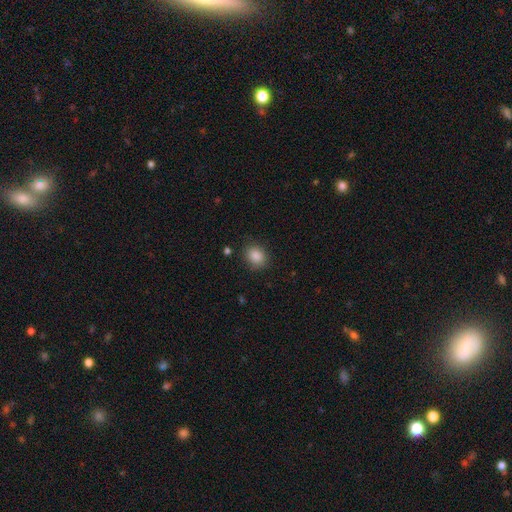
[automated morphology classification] Smooth or featured?
  - smooth: 86% *
  - star or artifact: 9%
  - featured or disk: 4%
How rounded?
  - round: 60% *
  - in between: 39%
  - cigar-shaped: 1%
Merging?
  - none: 82% *
  - minor disturbance: 13%
  - major disturbance: 3%
  - merger: 2%